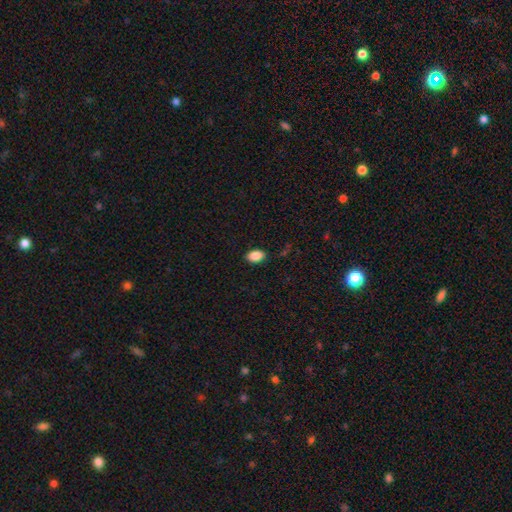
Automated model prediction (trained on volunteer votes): A smooth galaxy with no disk features (88%) that is in between round and cigar-shaped (88%).

Vote fractions:
- Smooth or featured? smooth: 88% / star or artifact: 8% / featured or disk: 4%
- How rounded? in between: 88% / round: 10% / cigar-shaped: 1%
- Merging? none: 86% / minor disturbance: 10% / major disturbance: 2% / merger: 1%